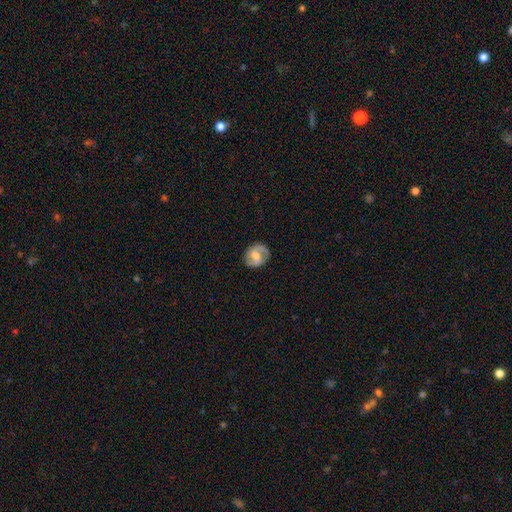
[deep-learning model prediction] Q: Smooth or featured?
A: featured or disk (73%); runner-up: smooth (21%)
Q: Edge-on disk?
A: no (97%); runner-up: yes (3%)
Q: Bar?
A: weak (49%); runner-up: no (29%)
Q: Spiral arms?
A: yes (88%); runner-up: no (12%)
Q: Spiral winding?
A: medium (48%); runner-up: tight (33%)
Q: Spiral arm count?
A: 2 (85%); runner-up: can't tell (6%)
Q: Bulge size?
A: moderate (58%); runner-up: small (23%)
Q: Merging?
A: none (82%); runner-up: minor disturbance (13%)